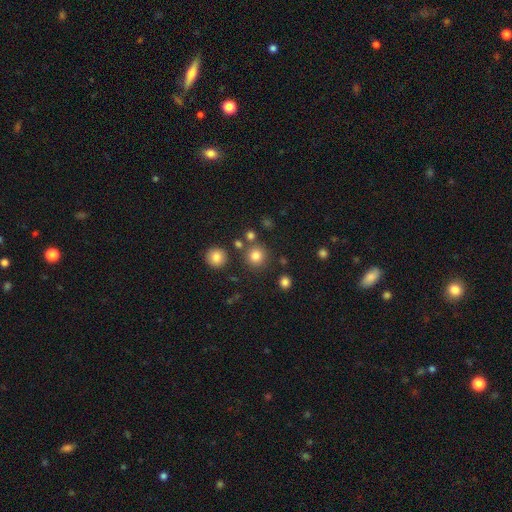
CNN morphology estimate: smooth 81%, star or artifact 13%, featured or disk 6%. Down the decision tree: how rounded — round (93%); merging — none (82%).